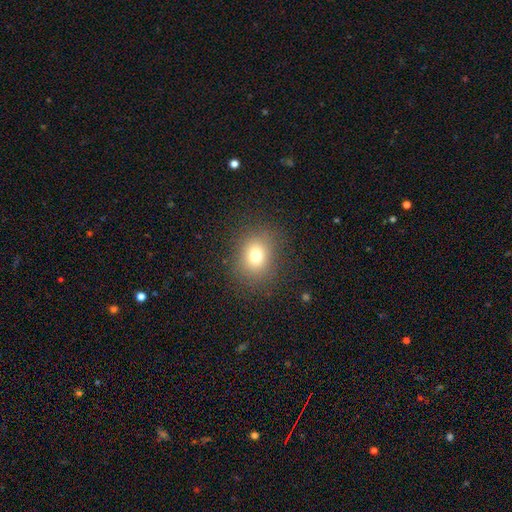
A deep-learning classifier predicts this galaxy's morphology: This is likely a smooth galaxy (74%). How rounded: likely round (64%). Merging: clearly none (86%).